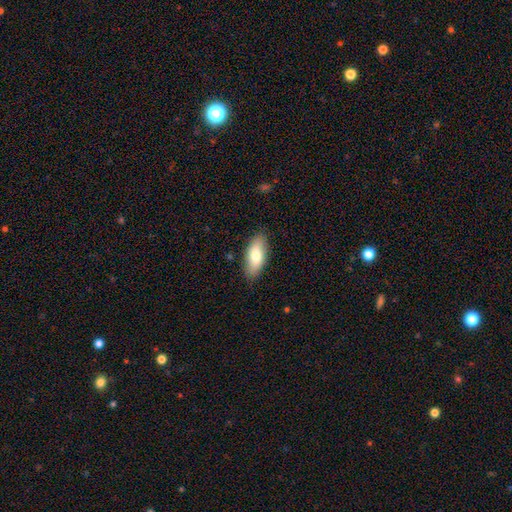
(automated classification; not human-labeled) The model was most divided on "smooth or featured": smooth: 75%, featured or disk: 19%, star or artifact: 6%. More confident: merging — none (86%); how rounded — in between (83%).